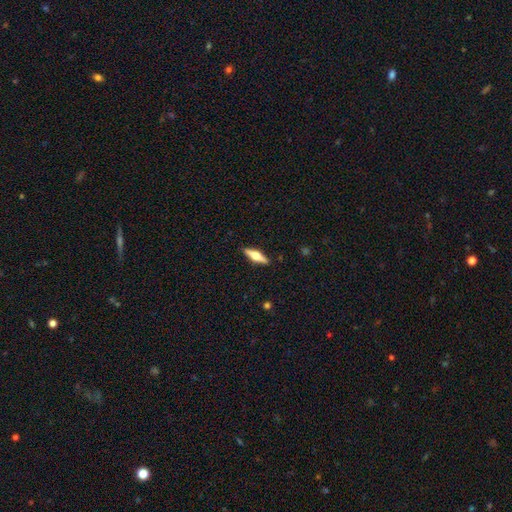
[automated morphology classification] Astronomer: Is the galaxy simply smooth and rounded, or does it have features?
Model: featured or disk — 58% (runner-up: smooth, 37%).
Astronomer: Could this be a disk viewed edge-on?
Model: yes — 96%.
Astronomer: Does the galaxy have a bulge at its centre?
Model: rounded — 94%.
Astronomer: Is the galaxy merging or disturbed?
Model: none — 90%.